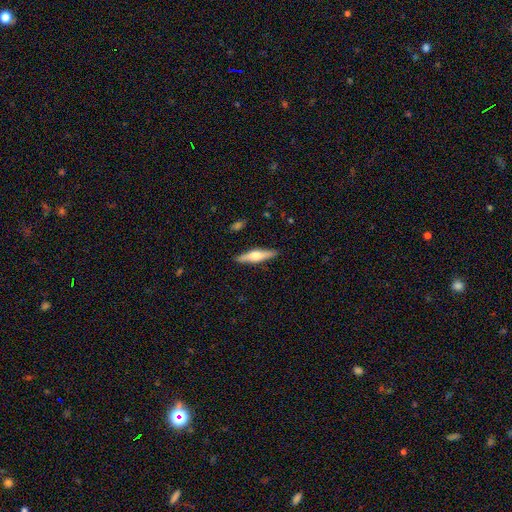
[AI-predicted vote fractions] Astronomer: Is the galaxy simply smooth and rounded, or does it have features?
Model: featured or disk — 56% (runner-up: smooth, 38%).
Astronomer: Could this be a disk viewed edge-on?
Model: yes — 96%.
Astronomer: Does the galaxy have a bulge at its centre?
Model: rounded — 92%.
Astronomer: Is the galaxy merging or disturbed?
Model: none — 90%.